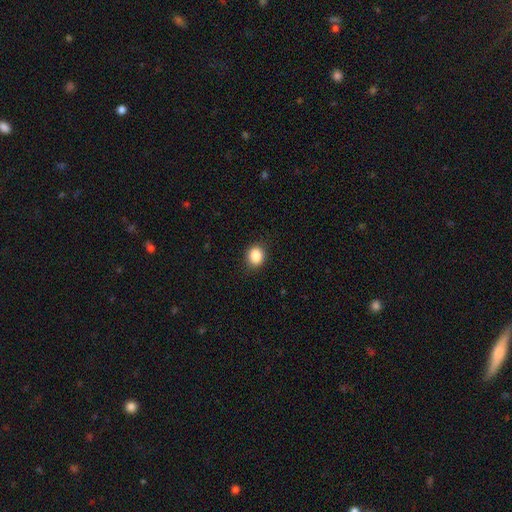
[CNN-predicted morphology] smooth 87%, star or artifact 9%, featured or disk 4%. Down the decision tree: how rounded — round (62%); merging — none (88%).